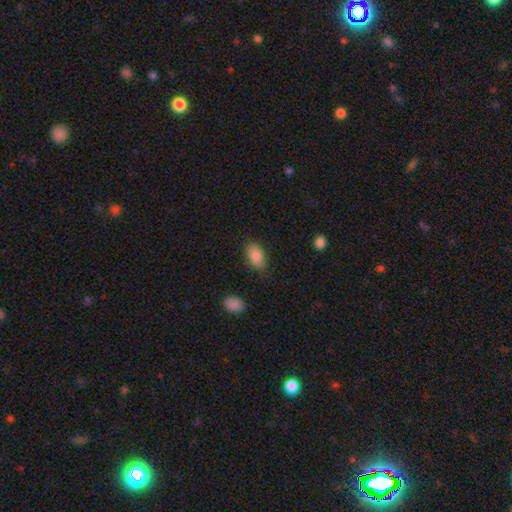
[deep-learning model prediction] Smooth or featured?
  - smooth: 82% *
  - featured or disk: 11%
  - star or artifact: 7%
How rounded?
  - in between: 91% *
  - round: 7%
  - cigar-shaped: 2%
Merging?
  - none: 79% *
  - minor disturbance: 16%
  - major disturbance: 3%
  - merger: 2%